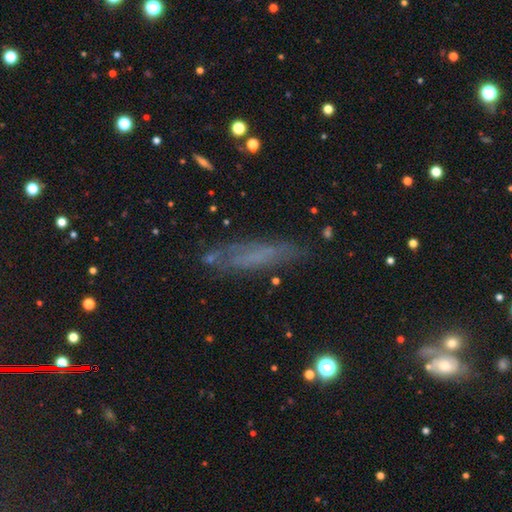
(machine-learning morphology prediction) Smooth or featured?
  - smooth: 48% *
  - featured or disk: 38%
  - star or artifact: 13%
Merging?
  - none: 75% *
  - minor disturbance: 16%
  - major disturbance: 5%
  - merger: 3%